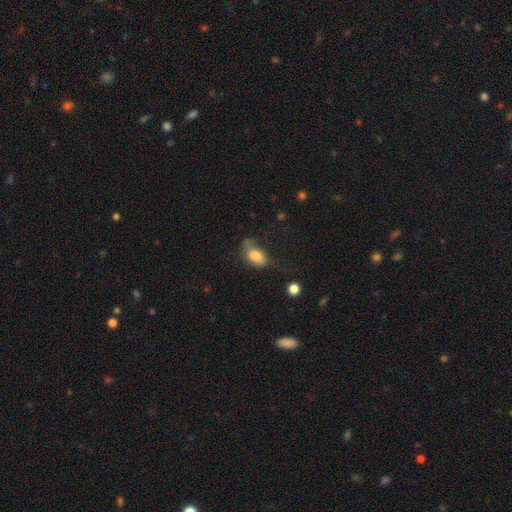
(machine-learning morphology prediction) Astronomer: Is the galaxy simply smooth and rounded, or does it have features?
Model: smooth — 78%.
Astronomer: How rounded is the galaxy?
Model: in between — 87%.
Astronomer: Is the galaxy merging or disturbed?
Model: none — 39% (runner-up: minor disturbance, 34%).